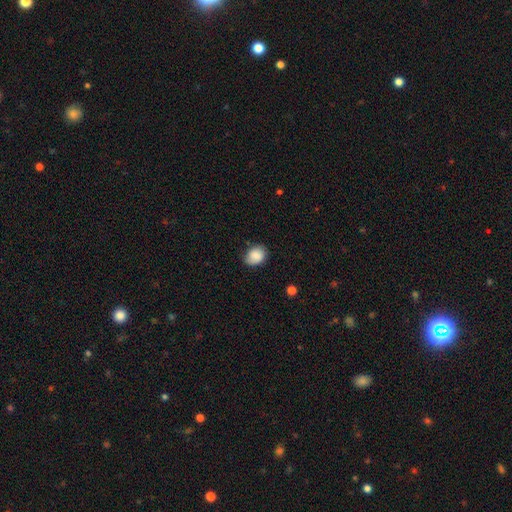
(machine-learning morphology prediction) A smooth galaxy with no disk features (83%) that is in between round and cigar-shaped (52%). Merging: none (70%).